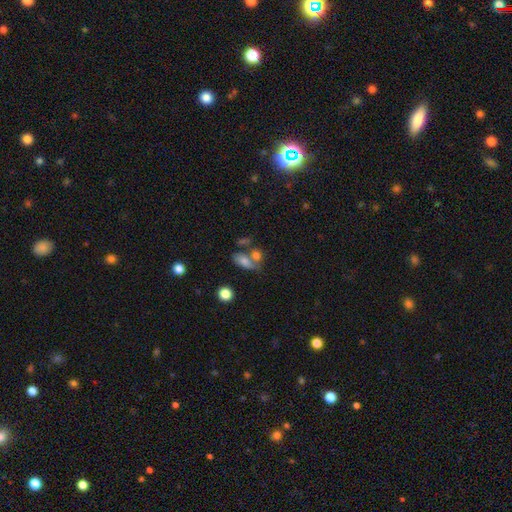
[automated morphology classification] type=star or artifact (49%).